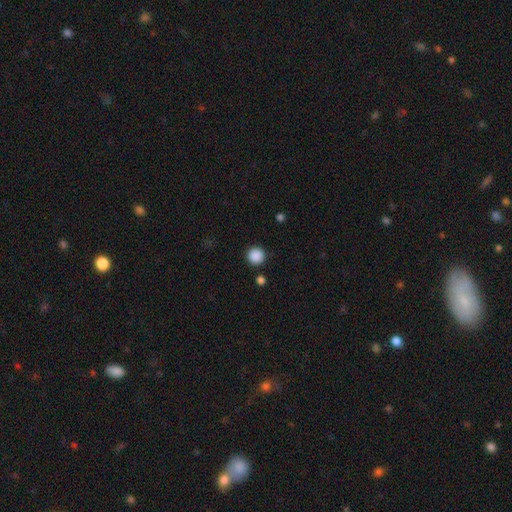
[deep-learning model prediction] smooth_or_featured: smooth (p=0.88) [alt: star or artifact p=0.09]
how_rounded: round (p=0.96) [alt: in between p=0.03]
merging: none (p=0.91) [alt: minor disturbance p=0.05]